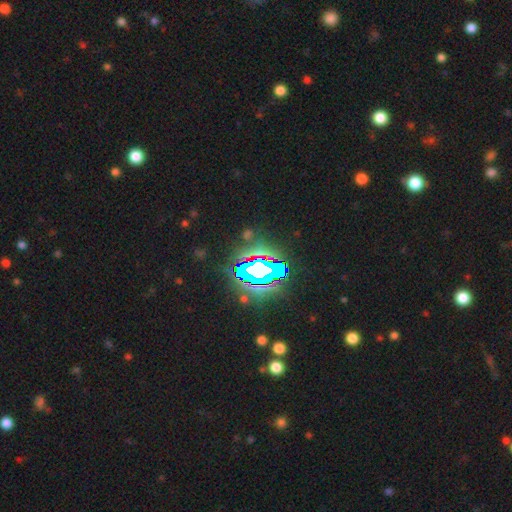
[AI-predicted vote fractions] Q: Smooth or featured?
A: star or artifact (84%); runner-up: smooth (9%)